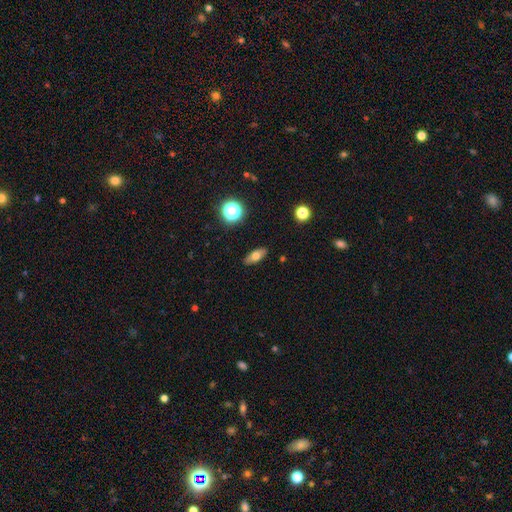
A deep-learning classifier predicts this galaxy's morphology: smooth-or-featured: smooth: 67% | featured or disk: 23% | star or artifact: 10%
  how-rounded: in between: 76% | cigar-shaped: 17% | round: 7%
  merging: none: 88% | minor disturbance: 9% | major disturbance: 2% | merger: 1%